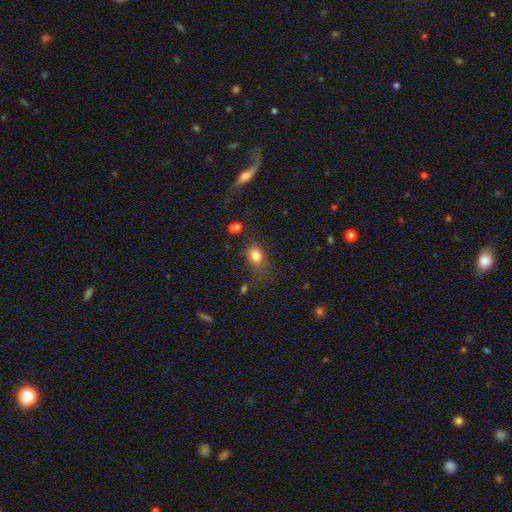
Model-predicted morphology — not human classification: Q: Smooth or featured?
A: smooth (80%); runner-up: star or artifact (12%)
Q: How rounded?
A: in between (66%); runner-up: round (31%)
Q: Merging?
A: none (62%); runner-up: minor disturbance (22%)